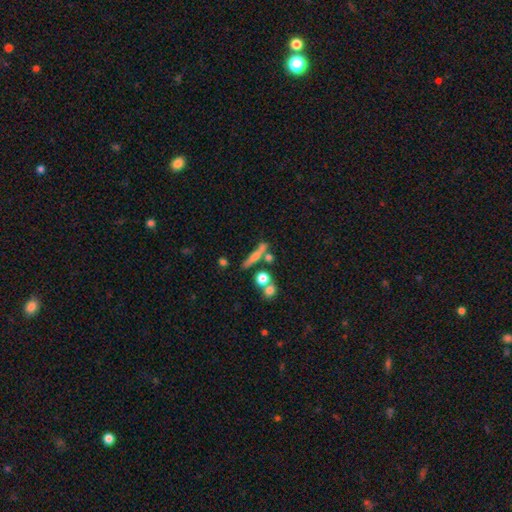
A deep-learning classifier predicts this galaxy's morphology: smooth_or_featured: smooth (p=0.45) [alt: featured or disk p=0.44]
merging: none (p=0.62) [alt: merger p=0.19]